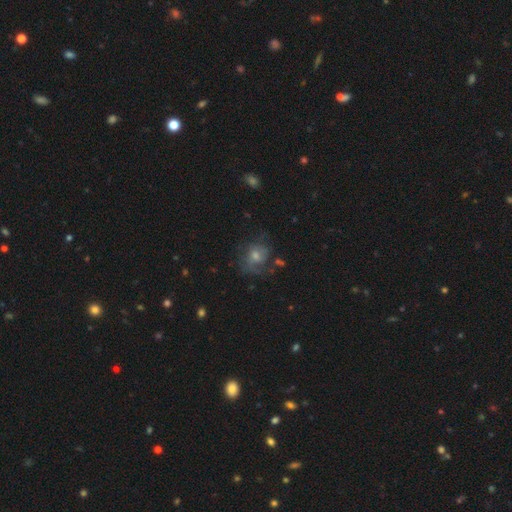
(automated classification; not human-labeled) A smooth galaxy with no disk features (45%). Merging: none (48%).